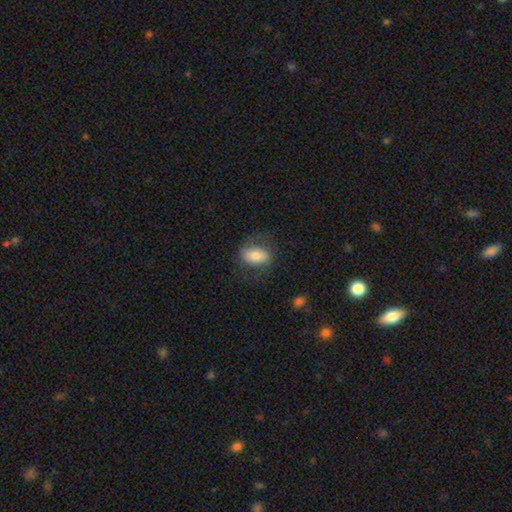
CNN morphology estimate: smooth-or-featured: smooth: 68% | featured or disk: 25% | star or artifact: 7%
  how-rounded: in between: 87% | round: 10% | cigar-shaped: 3%
  merging: none: 68% | minor disturbance: 19% | major disturbance: 12% | merger: 1%